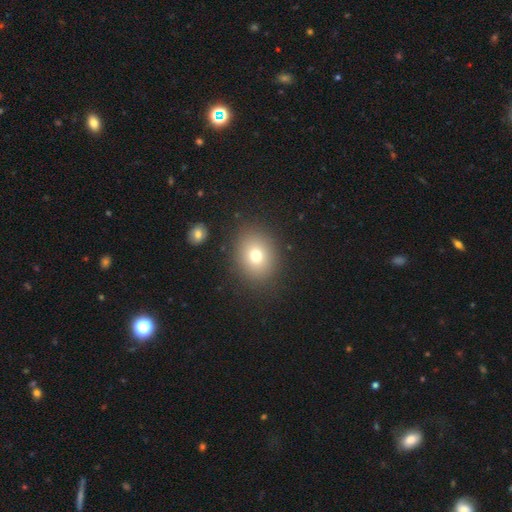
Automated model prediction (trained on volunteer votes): The model was most divided on "how rounded": round: 57%, in between: 42%, cigar-shaped: 1%. More confident: merging — none (86%); smooth or featured — smooth (73%).